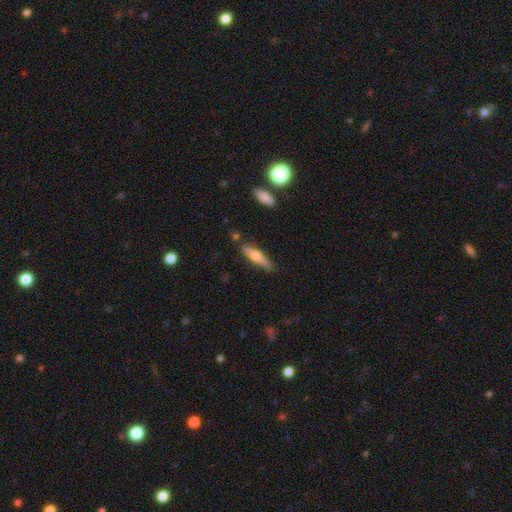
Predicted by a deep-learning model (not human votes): Smooth or featured? Predicted: smooth (p=0.52). How rounded? Predicted: cigar-shaped (p=0.78). Merging? Predicted: none (p=0.80).